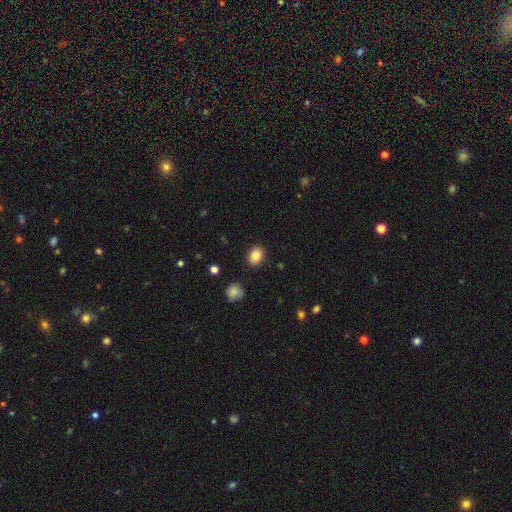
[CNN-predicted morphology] Overall: smooth (85%). How rounded: in between (60%; round 39%). Merging: none (89%).